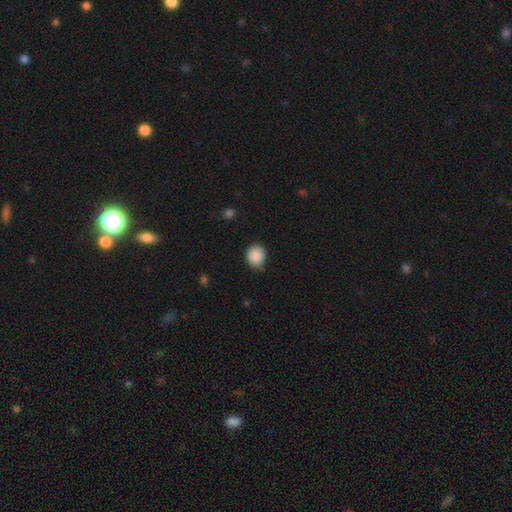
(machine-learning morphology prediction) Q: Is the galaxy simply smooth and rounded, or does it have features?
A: smooth — 89%.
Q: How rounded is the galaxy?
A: round — 73%.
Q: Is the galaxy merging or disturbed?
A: none — 81%.